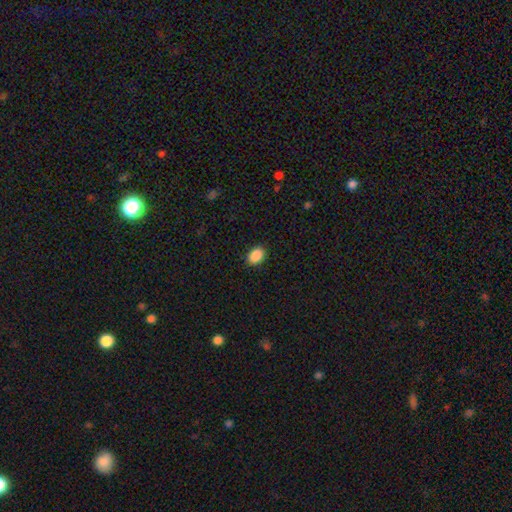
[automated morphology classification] Smooth or featured? Predicted: smooth (p=0.89). How rounded? Predicted: in between (p=0.81). Merging? Predicted: none (p=0.89).